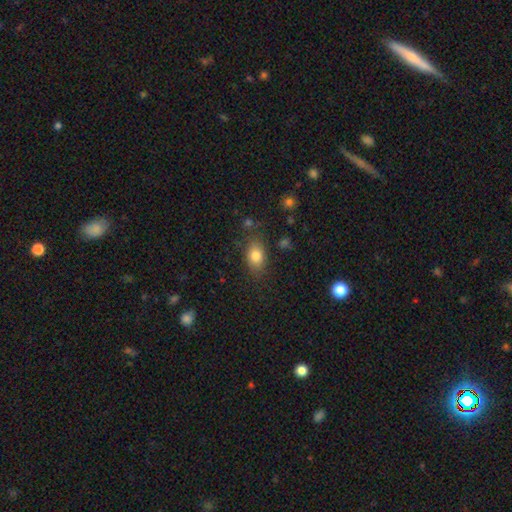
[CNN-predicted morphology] type=smooth (82%); roundness=in between (81%); merging=none (78%).